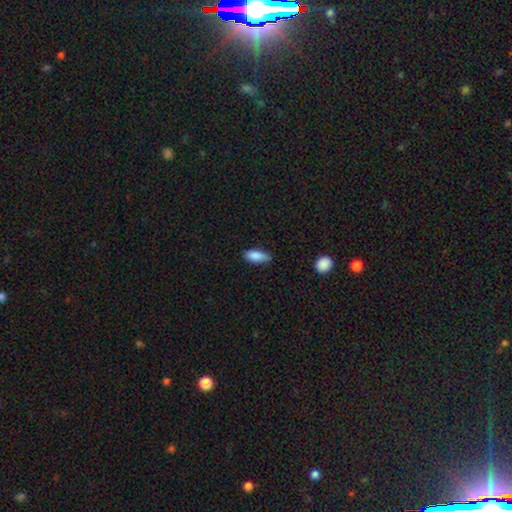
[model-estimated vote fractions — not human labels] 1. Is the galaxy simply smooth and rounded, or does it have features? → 86% smooth, 7% star or artifact, 7% featured or disk.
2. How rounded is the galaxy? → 80% in between, 18% cigar-shaped, 2% round.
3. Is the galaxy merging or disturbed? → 72% none, 23% minor disturbance, 3% major disturbance, 1% merger.